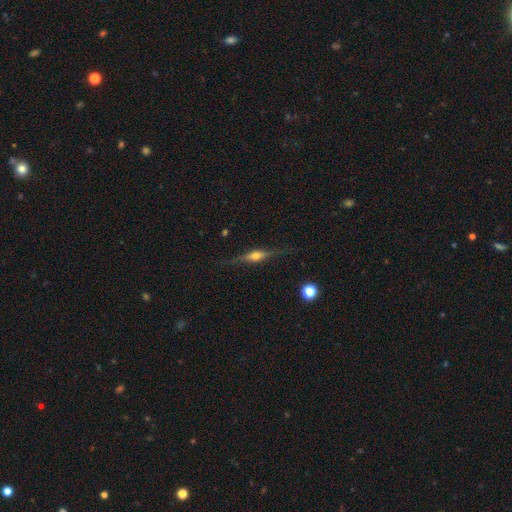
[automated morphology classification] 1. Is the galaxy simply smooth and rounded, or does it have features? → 73% featured or disk, 19% smooth, 8% star or artifact.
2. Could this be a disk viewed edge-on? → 96% yes, 4% no.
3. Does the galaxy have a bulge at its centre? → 90% rounded, 7% boxy, 3% none.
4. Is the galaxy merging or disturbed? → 83% none, 12% minor disturbance, 4% major disturbance, 1% merger.